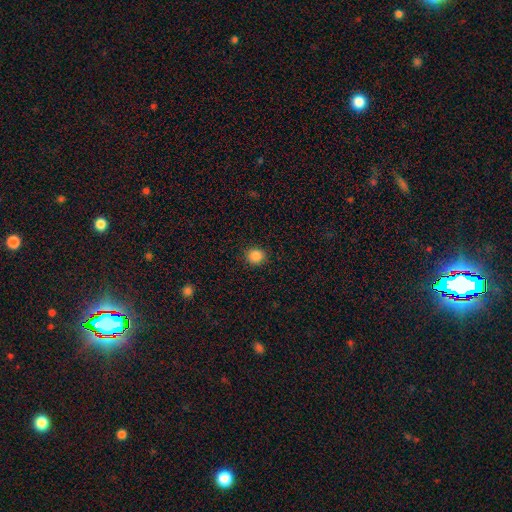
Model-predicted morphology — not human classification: smooth-or-featured: smooth: 87% | star or artifact: 11% | featured or disk: 3%
  how-rounded: round: 88% | in between: 11% | cigar-shaped: 1%
  merging: none: 90% | minor disturbance: 7% | major disturbance: 2% | merger: 1%